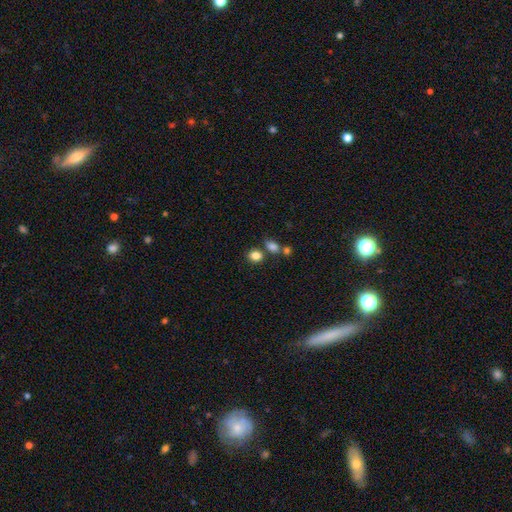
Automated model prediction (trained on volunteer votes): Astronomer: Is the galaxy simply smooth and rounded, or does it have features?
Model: smooth — 83%.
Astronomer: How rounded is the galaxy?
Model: round — 65%.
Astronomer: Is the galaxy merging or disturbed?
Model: none — 67%.